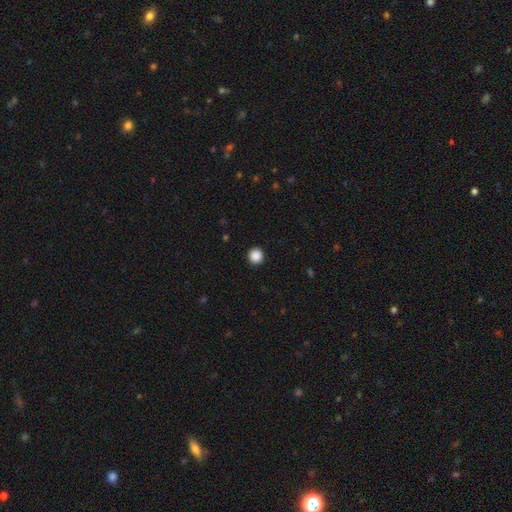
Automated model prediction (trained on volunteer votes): The model was most divided on "smooth or featured": smooth: 88%, star or artifact: 10%, featured or disk: 2%. More confident: how rounded — round (95%); merging — none (93%).